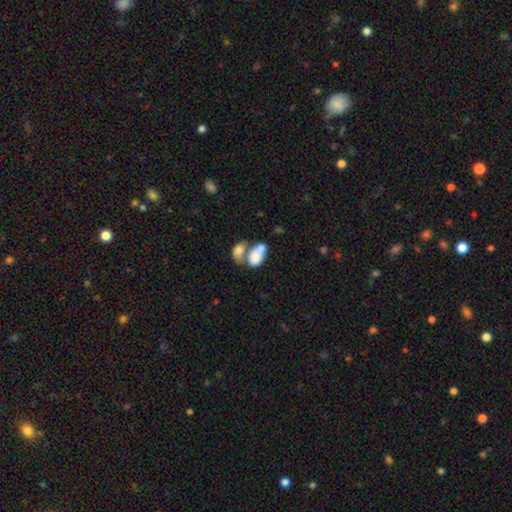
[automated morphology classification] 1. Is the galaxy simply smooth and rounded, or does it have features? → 72% smooth, 21% featured or disk, 7% star or artifact.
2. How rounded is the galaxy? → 88% in between, 11% round, 2% cigar-shaped.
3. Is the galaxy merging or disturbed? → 71% merger, 14% none, 8% minor disturbance, 7% major disturbance.